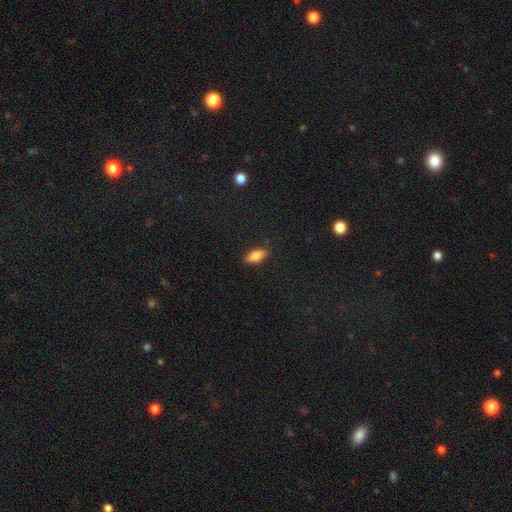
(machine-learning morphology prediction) Q: Smooth or featured?
A: smooth (79%); runner-up: featured or disk (12%)
Q: How rounded?
A: in between (84%); runner-up: cigar-shaped (13%)
Q: Merging?
A: none (84%); runner-up: minor disturbance (12%)